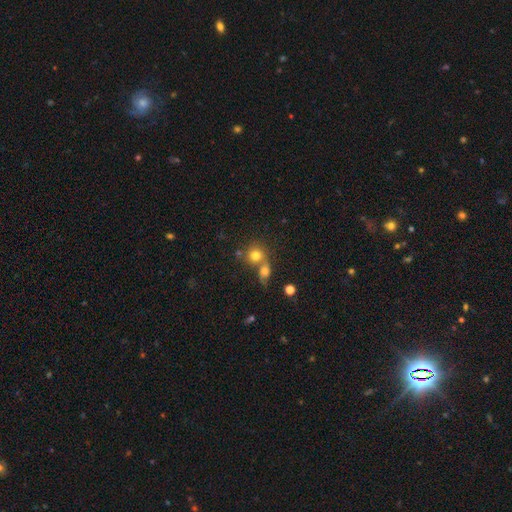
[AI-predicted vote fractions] Morphology: type=smooth (76%); roundness=round (81%); merging=merger (47%).